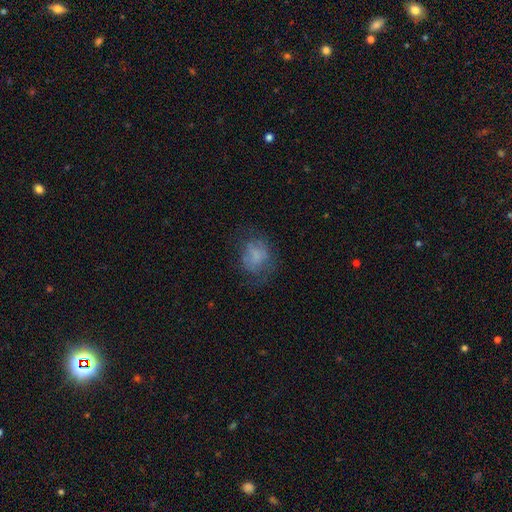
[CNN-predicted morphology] This is likely a smooth galaxy (60%). How rounded: possibly round (54%). Merging: possibly none (53%).